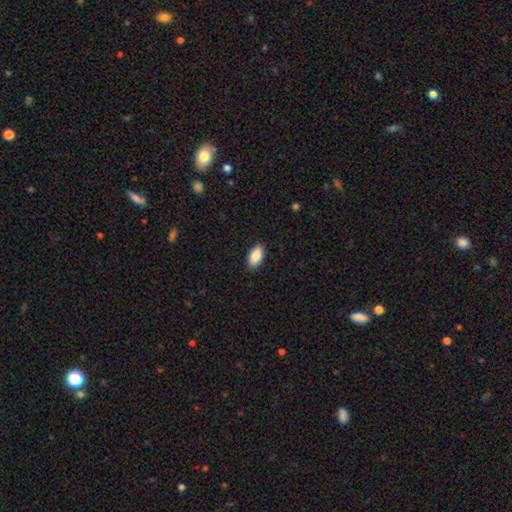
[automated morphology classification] smooth_or_featured: smooth (p=0.89) [alt: star or artifact p=0.06]
how_rounded: in between (p=0.93) [alt: cigar-shaped p=0.04]
merging: none (p=0.89) [alt: minor disturbance p=0.08]